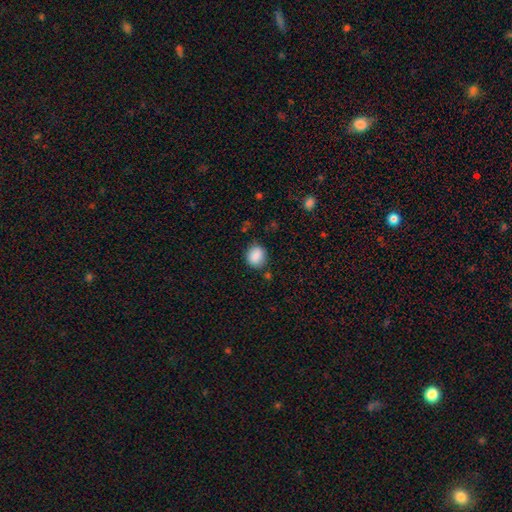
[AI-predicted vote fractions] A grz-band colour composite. It shows a smooth galaxy with no disk features (88%) that is round (68%). Merging: none (80%).